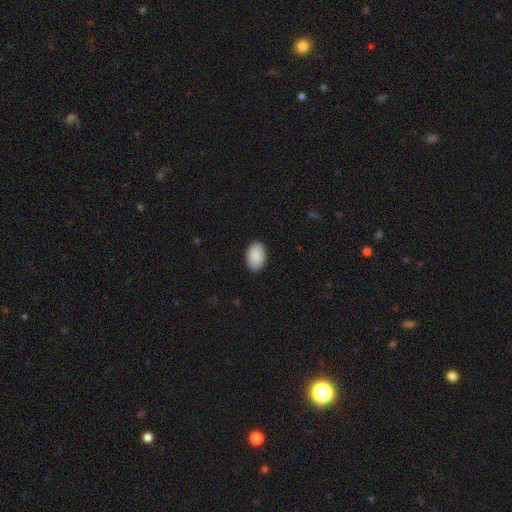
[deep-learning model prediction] Smooth or featured?
  - smooth: 91% *
  - star or artifact: 6%
  - featured or disk: 4%
How rounded?
  - in between: 90% *
  - round: 9%
  - cigar-shaped: 1%
Merging?
  - none: 89% *
  - minor disturbance: 9%
  - major disturbance: 2%
  - merger: 1%